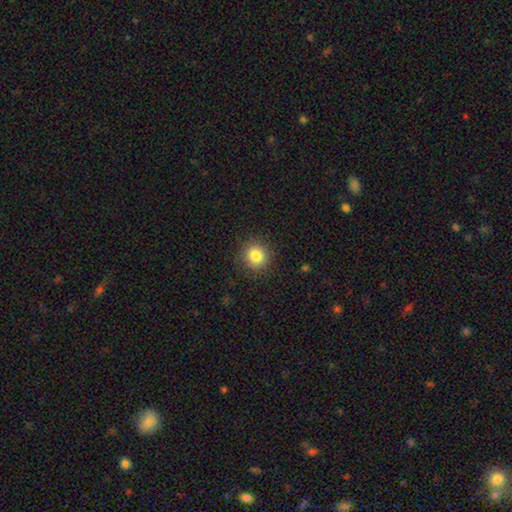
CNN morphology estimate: smooth-or-featured: smooth: 84% | star or artifact: 11% | featured or disk: 6%
  how-rounded: round: 90% | in between: 9% | cigar-shaped: 1%
  merging: none: 89% | minor disturbance: 7% | major disturbance: 3% | merger: 1%